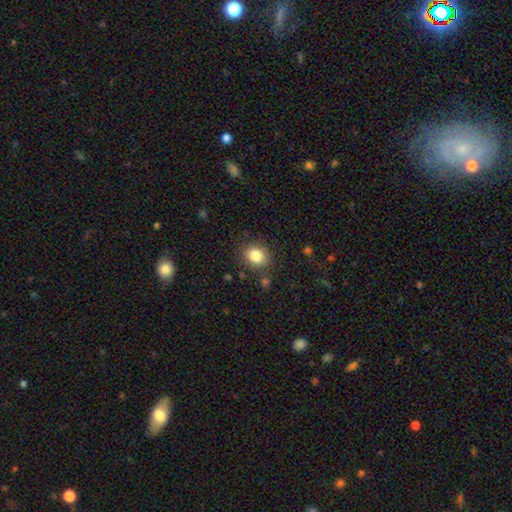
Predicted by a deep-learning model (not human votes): A smooth galaxy with no disk features (84%) that is round (54%). Merging: none (83%).